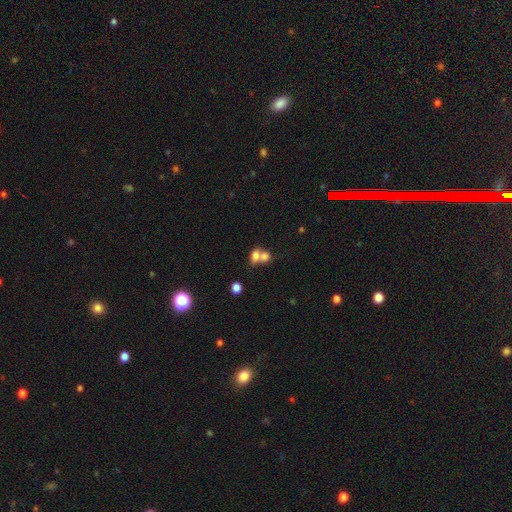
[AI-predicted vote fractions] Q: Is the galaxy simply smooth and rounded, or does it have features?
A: smooth — 71%.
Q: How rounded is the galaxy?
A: in between — 62%.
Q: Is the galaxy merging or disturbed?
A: merger — 66%.